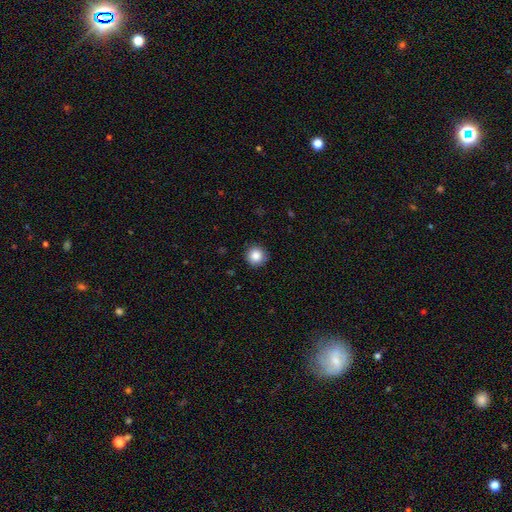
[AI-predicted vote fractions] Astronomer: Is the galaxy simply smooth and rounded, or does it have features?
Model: smooth — 86%.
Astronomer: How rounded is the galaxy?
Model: round — 95%.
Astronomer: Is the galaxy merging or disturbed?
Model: none — 91%.